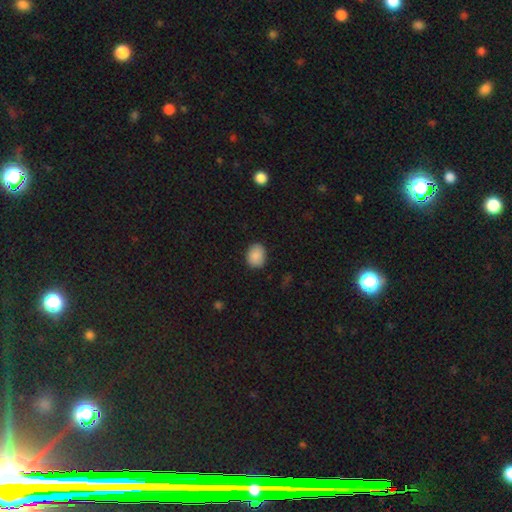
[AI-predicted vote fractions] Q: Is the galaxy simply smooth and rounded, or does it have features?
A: smooth — 89%.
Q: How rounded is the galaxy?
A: round — 51%.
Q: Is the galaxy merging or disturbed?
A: none — 86%.